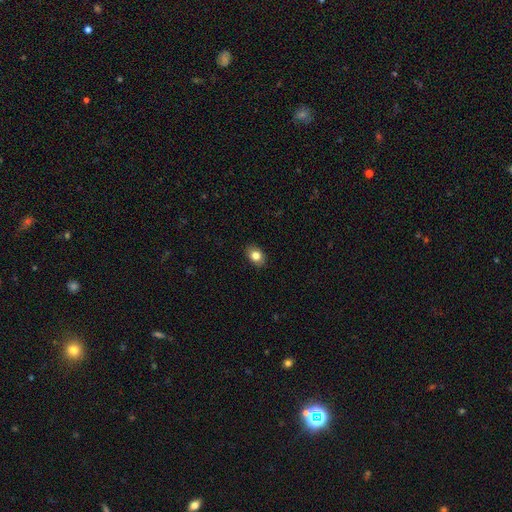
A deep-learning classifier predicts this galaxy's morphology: smooth_or_featured: smooth (p=0.82) [alt: star or artifact p=0.09]
how_rounded: in between (p=0.72) [alt: round p=0.27]
merging: none (p=0.88) [alt: minor disturbance p=0.09]